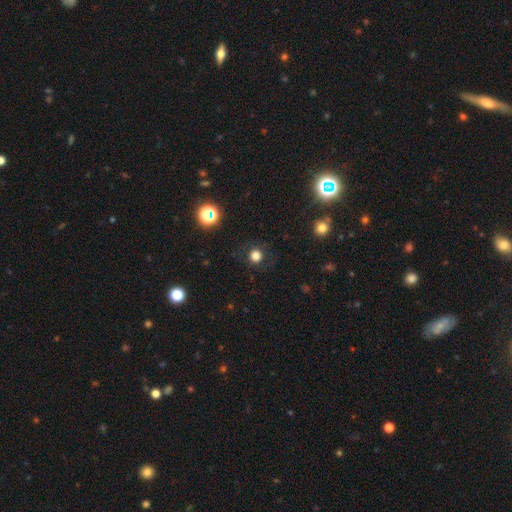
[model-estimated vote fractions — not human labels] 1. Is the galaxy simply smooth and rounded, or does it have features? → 78% smooth, 17% star or artifact, 5% featured or disk.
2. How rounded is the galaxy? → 93% round, 6% in between, 1% cigar-shaped.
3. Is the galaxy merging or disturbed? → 86% none, 8% minor disturbance, 5% major disturbance, 1% merger.